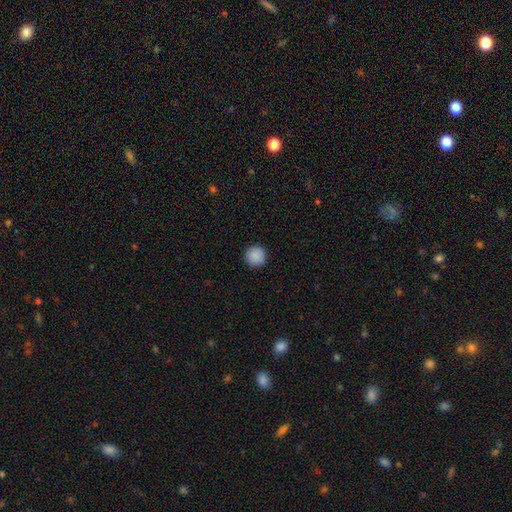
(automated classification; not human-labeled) smooth 89%, star or artifact 8%, featured or disk 3%. Down the decision tree: how rounded — round (96%); merging — none (93%).